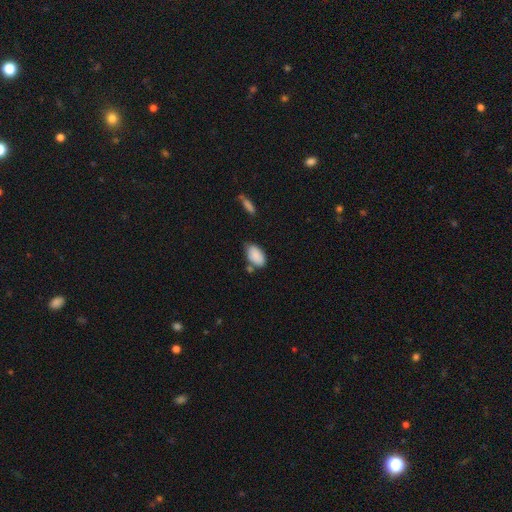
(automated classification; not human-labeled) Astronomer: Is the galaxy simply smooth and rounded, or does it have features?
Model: smooth — 88%.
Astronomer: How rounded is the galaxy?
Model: in between — 94%.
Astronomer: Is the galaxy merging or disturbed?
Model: none — 62%.